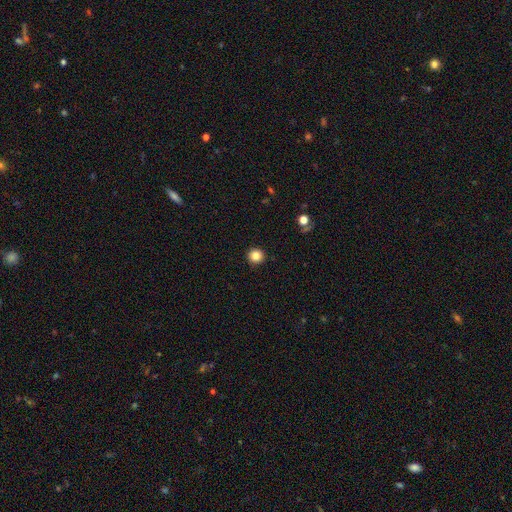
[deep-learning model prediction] The model was most divided on "smooth or featured": smooth: 84%, star or artifact: 11%, featured or disk: 5%. More confident: how rounded — round (95%); merging — none (93%).